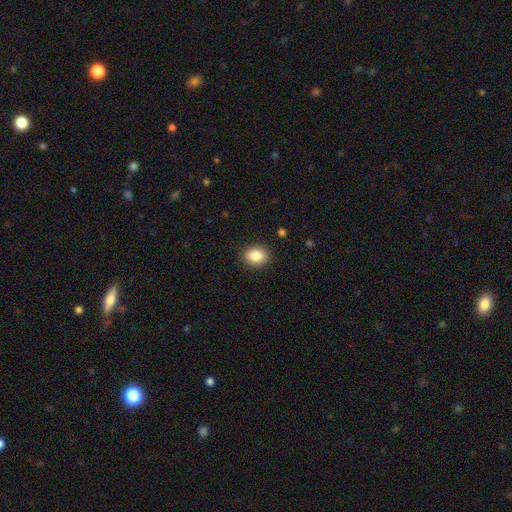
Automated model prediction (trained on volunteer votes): Smooth or featured? Predicted: smooth (p=0.86). How rounded? Predicted: in between (p=0.55). Merging? Predicted: none (p=0.89).